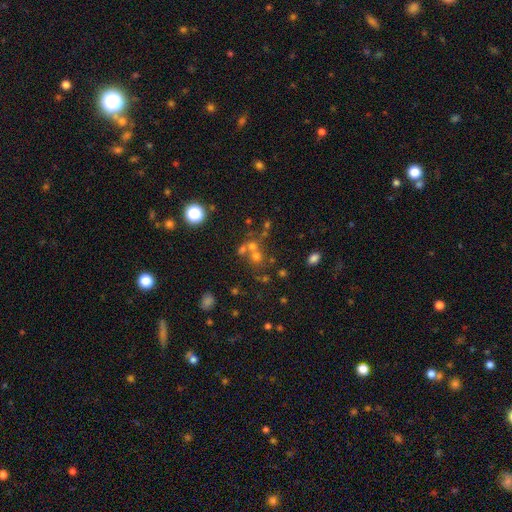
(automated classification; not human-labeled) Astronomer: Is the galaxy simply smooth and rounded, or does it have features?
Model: star or artifact — 44% (runner-up: smooth, 38%).